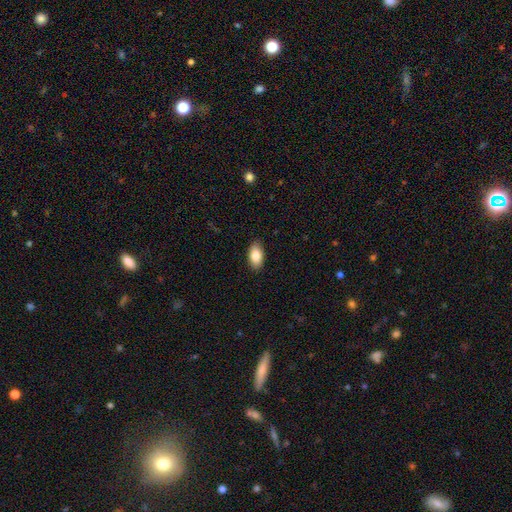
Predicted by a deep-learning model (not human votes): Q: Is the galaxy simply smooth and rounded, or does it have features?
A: smooth — 85%.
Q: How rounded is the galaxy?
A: in between — 93%.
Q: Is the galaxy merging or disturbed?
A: none — 88%.